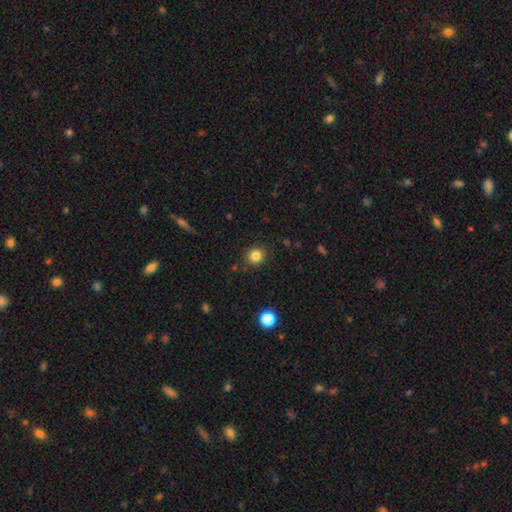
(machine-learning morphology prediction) smooth 83%, star or artifact 12%, featured or disk 5%. Down the decision tree: how rounded — round (85%); merging — none (87%).